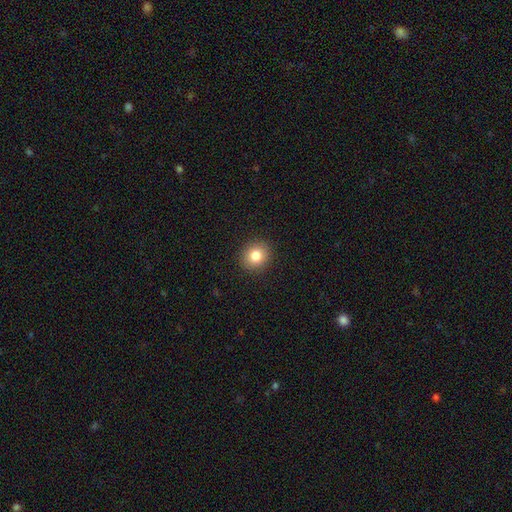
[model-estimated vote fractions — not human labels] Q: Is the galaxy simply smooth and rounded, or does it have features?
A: smooth — 82%.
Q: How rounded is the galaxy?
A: round — 84%.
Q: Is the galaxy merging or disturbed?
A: none — 91%.